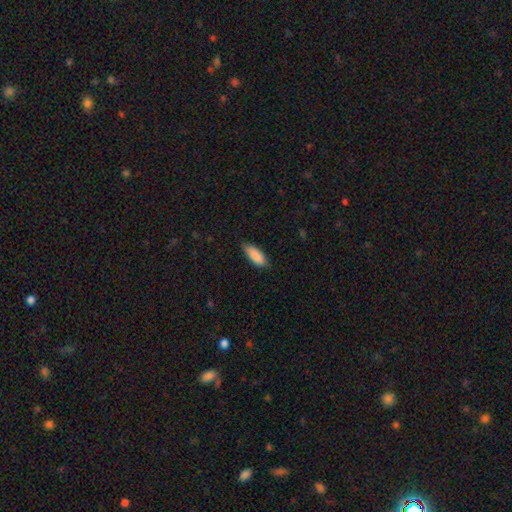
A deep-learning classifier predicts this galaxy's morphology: smooth-or-featured: smooth: 89% | star or artifact: 6% | featured or disk: 5%
  how-rounded: in between: 75% | cigar-shaped: 23% | round: 2%
  merging: none: 74% | minor disturbance: 22% | major disturbance: 3% | merger: 1%